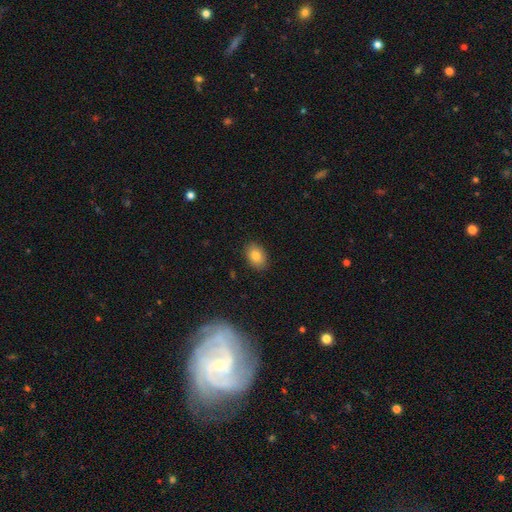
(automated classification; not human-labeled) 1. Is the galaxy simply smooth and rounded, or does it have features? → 82% smooth, 9% star or artifact, 9% featured or disk.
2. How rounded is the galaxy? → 82% in between, 16% round, 1% cigar-shaped.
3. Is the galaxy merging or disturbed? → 88% none, 8% minor disturbance, 2% major disturbance, 1% merger.